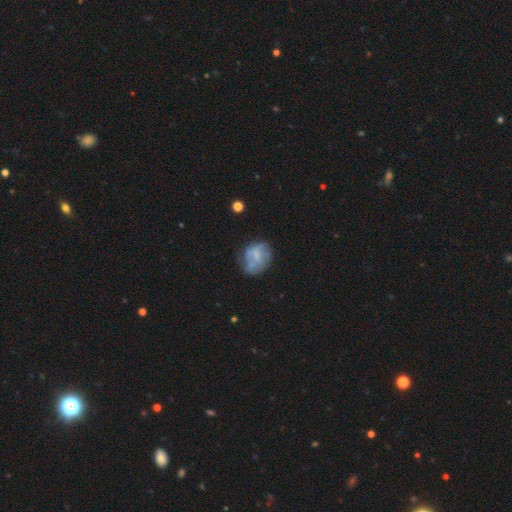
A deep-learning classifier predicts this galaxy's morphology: Smooth or featured? Predicted: featured or disk (p=0.52). Edge-on disk? Predicted: no (p=0.98). Bar? Predicted: no (p=0.56). Spiral arms? Predicted: no (p=0.65). Bulge size? Predicted: none (p=0.57). Merging? Predicted: none (p=0.54).